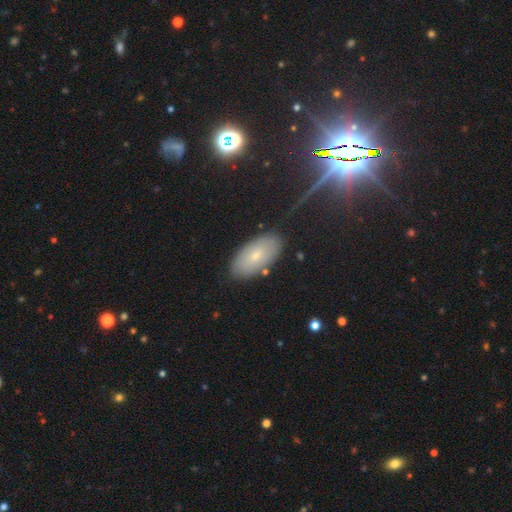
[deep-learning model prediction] Smooth or featured: smooth — 67% (featured or disk — 21%)
How rounded: in between — 94% (round — 3%)
Merging: none — 84% (minor disturbance — 11%)